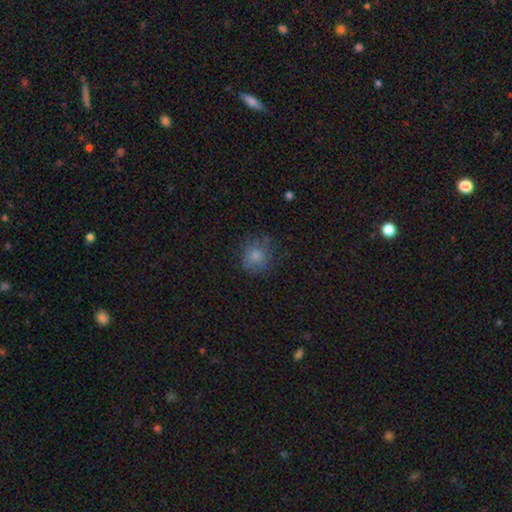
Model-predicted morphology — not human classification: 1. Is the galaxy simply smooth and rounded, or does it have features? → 75% smooth, 14% featured or disk, 12% star or artifact.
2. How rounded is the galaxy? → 82% round, 17% in between, 1% cigar-shaped.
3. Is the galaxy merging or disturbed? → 65% none, 21% minor disturbance, 12% major disturbance, 2% merger.